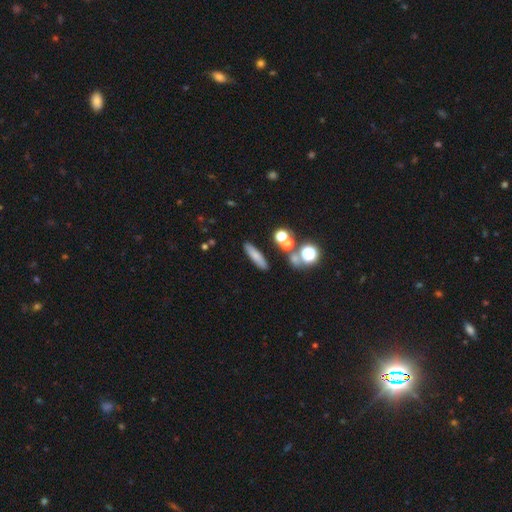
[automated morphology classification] This is likely a smooth galaxy (70%). How rounded: likely cigar-shaped (73%). Merging: clearly none (82%).